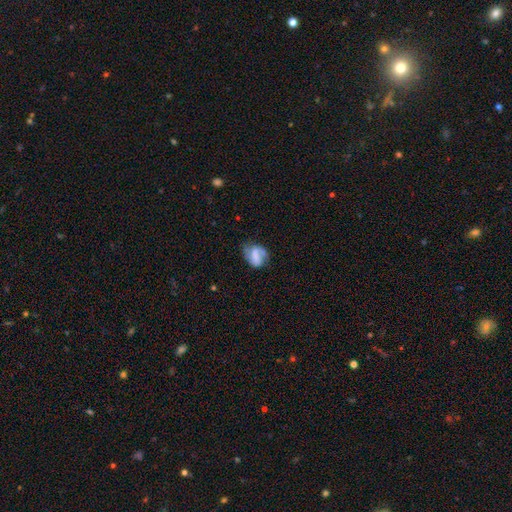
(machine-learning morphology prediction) Q: Smooth or featured?
A: featured or disk (49%); runner-up: smooth (42%)
Q: Merging?
A: none (47%); runner-up: minor disturbance (28%)